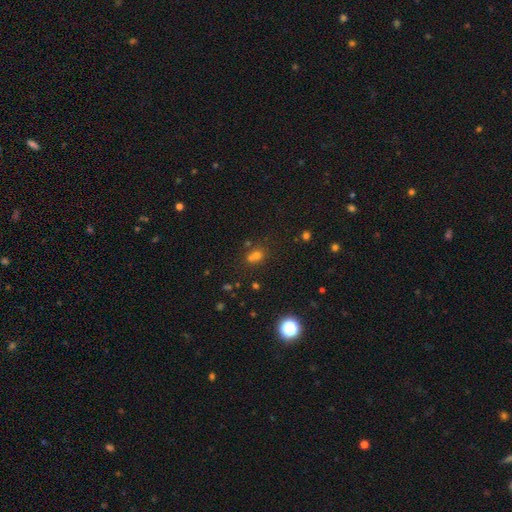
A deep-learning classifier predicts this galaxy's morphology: smooth-or-featured: smooth: 62% | star or artifact: 26% | featured or disk: 12%
  how-rounded: round: 72% | in between: 27% | cigar-shaped: 1%
  merging: none: 45% | merger: 41% | minor disturbance: 9% | major disturbance: 4%